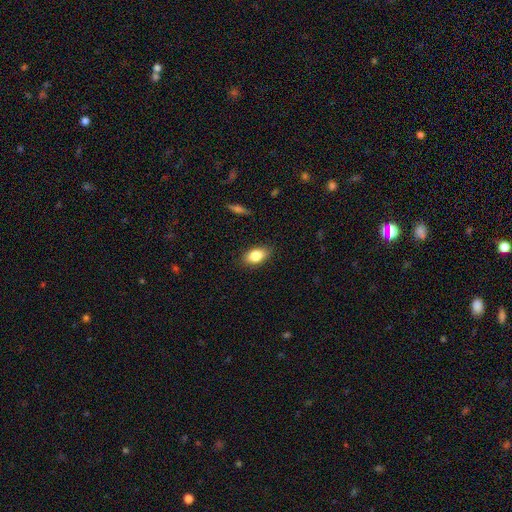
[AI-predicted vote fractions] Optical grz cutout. It shows a smooth galaxy with no disk features (83%) that is in between round and cigar-shaped (89%). Merging: none (85%).